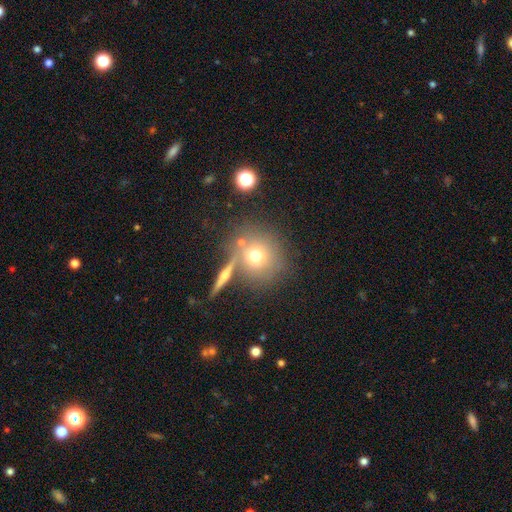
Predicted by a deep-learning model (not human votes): This appears to be a smooth galaxy with no disk features (66%) that is round (88%). Merging: none (68%).